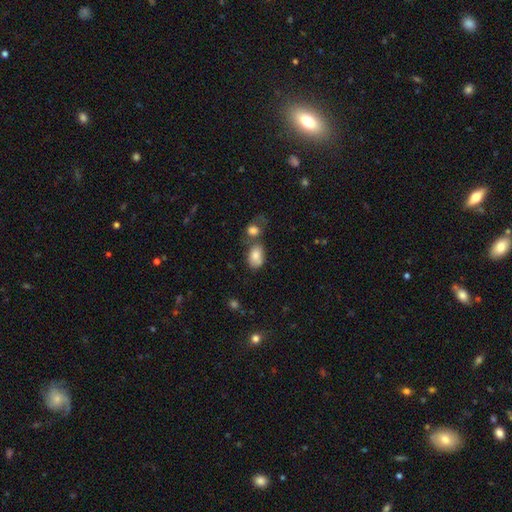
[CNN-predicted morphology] This is clearly a smooth galaxy (80%). How rounded: clearly in between (85%). Merging: marginally none (41%).